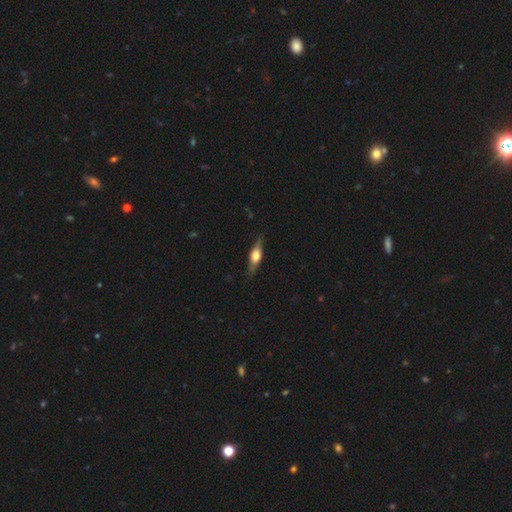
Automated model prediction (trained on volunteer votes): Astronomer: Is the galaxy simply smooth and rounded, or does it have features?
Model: featured or disk — 47% (runner-up: smooth, 46%).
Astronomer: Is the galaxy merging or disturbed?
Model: none — 79%.